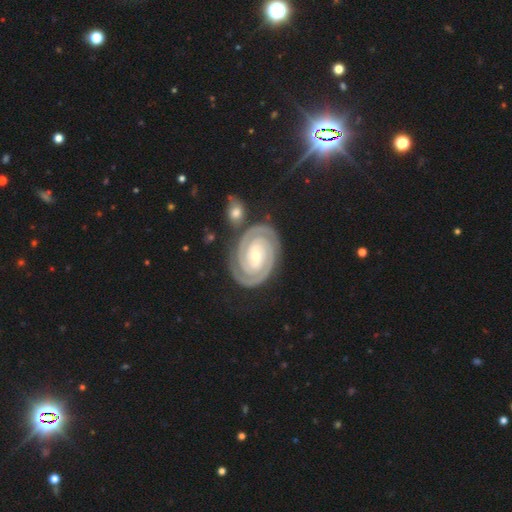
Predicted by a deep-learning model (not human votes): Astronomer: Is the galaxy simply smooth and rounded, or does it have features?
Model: featured or disk — 93%.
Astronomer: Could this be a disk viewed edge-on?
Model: no — 98%.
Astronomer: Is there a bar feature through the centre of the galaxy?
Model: no — 41% (runner-up: weak, 35%).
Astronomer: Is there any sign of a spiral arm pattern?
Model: yes — 99%.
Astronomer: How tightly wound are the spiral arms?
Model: tight — 88%.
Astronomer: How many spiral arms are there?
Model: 2 — 87%.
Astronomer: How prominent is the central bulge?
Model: small — 63%.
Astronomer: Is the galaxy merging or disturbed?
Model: none — 82%.